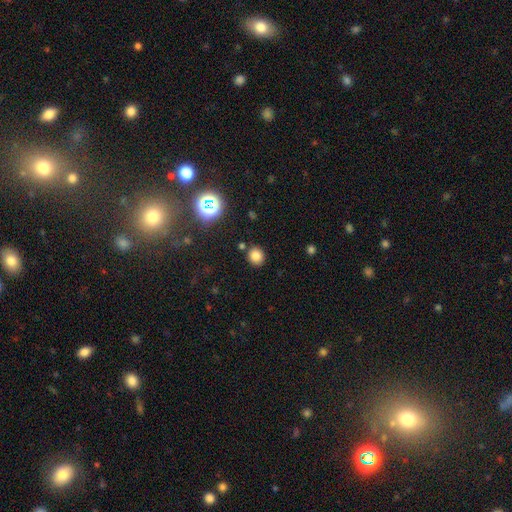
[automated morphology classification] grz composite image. It shows a smooth galaxy with no disk features (79%) that is round (80%). Merging: none (85%).